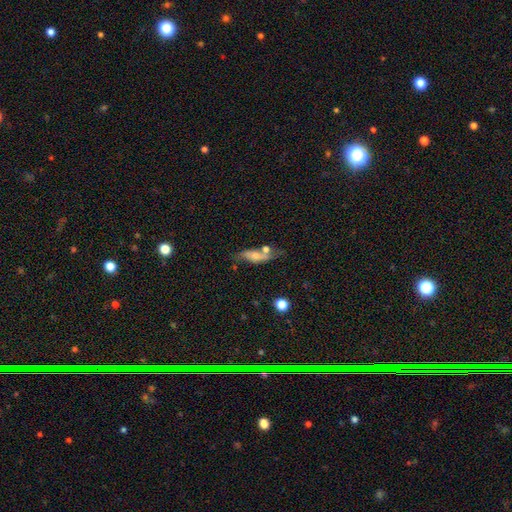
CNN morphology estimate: Q: Smooth or featured?
A: smooth (54%); runner-up: featured or disk (38%)
Q: How rounded?
A: in between (50%); runner-up: cigar-shaped (45%)
Q: Merging?
A: none (47%); runner-up: merger (23%)